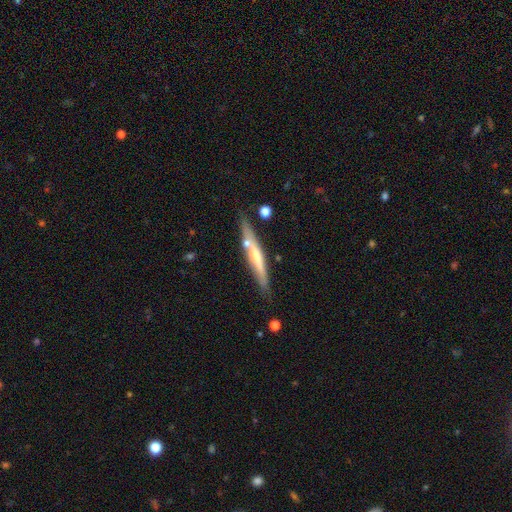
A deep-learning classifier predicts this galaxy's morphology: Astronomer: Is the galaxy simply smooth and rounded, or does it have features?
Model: featured or disk — 67%.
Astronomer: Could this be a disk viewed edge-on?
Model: yes — 95%.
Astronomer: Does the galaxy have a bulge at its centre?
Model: rounded — 68%.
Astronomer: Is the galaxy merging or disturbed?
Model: none — 79%.